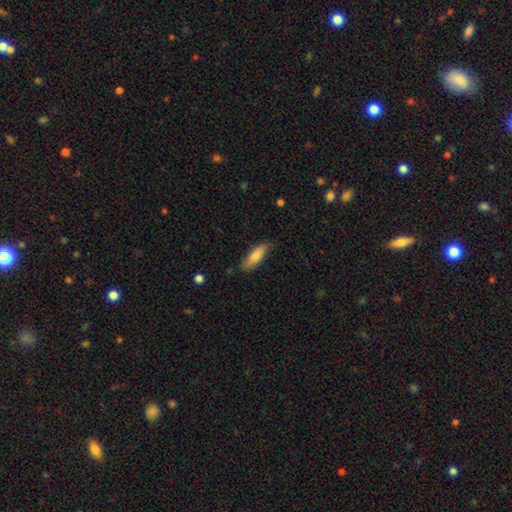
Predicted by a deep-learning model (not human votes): Overall: smooth (77%). How rounded: in between (60%; cigar-shaped 38%). Merging: none (73%).